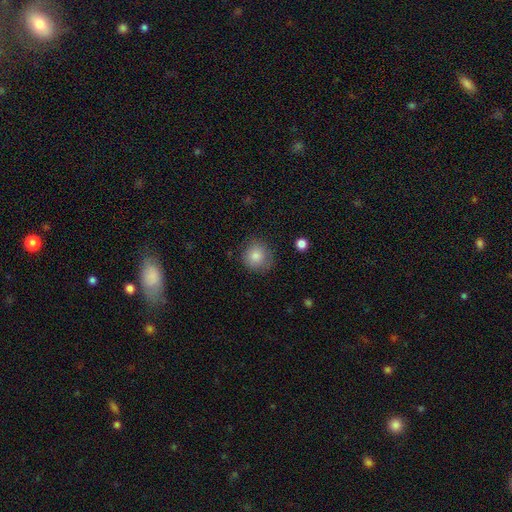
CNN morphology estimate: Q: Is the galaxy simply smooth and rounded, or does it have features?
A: smooth — 84%.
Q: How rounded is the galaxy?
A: round — 90%.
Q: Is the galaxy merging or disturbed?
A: none — 82%.